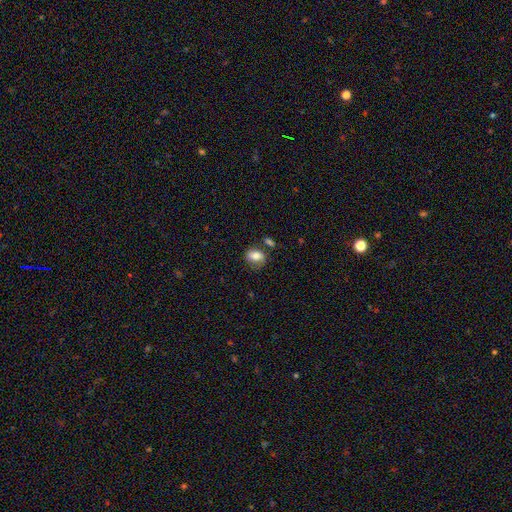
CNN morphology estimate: Smooth or featured? Predicted: smooth (p=0.73). How rounded? Predicted: in between (p=0.64). Merging? Predicted: none (p=0.61).